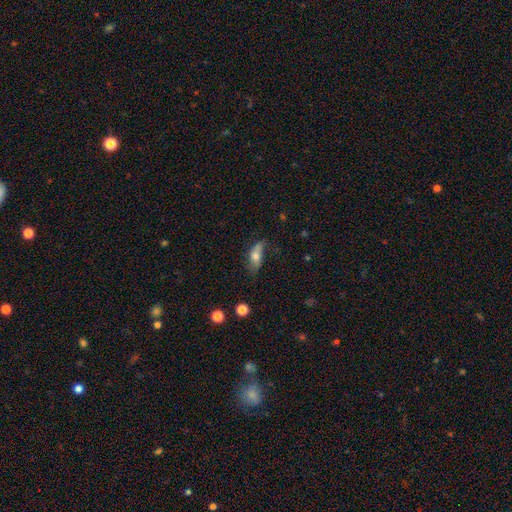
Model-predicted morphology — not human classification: smooth-or-featured: smooth: 65% | featured or disk: 26% | star or artifact: 9%
  how-rounded: in between: 74% | cigar-shaped: 22% | round: 4%
  merging: none: 51% | minor disturbance: 32% | major disturbance: 14% | merger: 3%